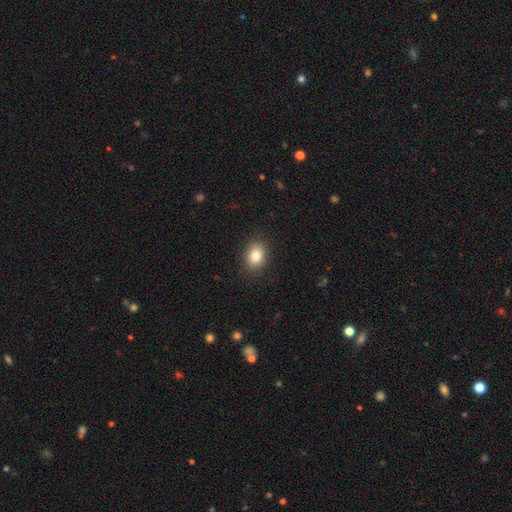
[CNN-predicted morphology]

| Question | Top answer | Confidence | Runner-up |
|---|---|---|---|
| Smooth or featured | smooth | 84% | star or artifact (9%) |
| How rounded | in between | 66% | round (33%) |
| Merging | none | 88% | minor disturbance (8%) |